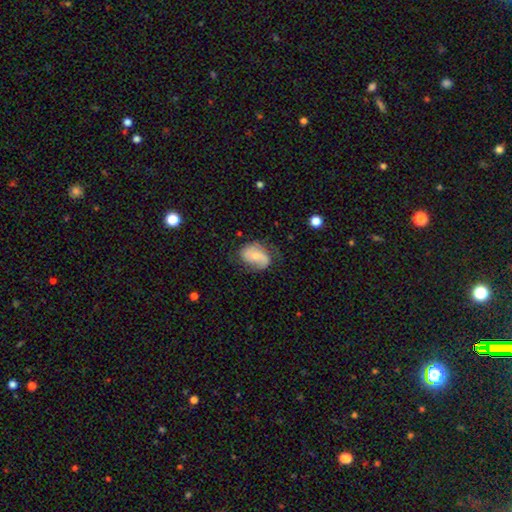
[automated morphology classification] This is possibly a featured or disk galaxy (57%). It is clearly not viewed edge-on (97%). Bar: possibly no (53%). Spiral arm pattern: clearly yes (88%). Central bulge: possibly small (48%). Merging: possibly none (58%).